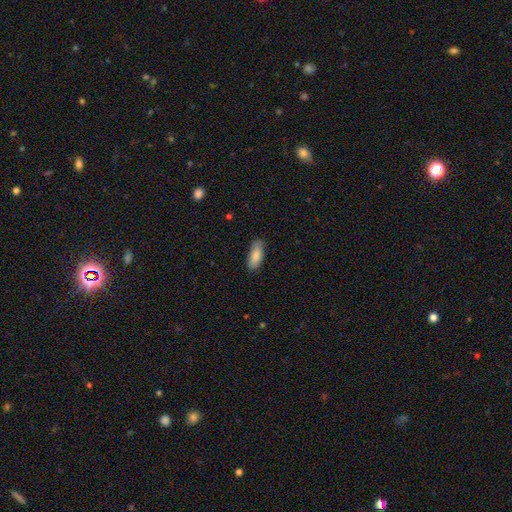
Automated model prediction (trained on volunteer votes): Overall: smooth (85%). How rounded: in between (73%). Merging: none (81%).